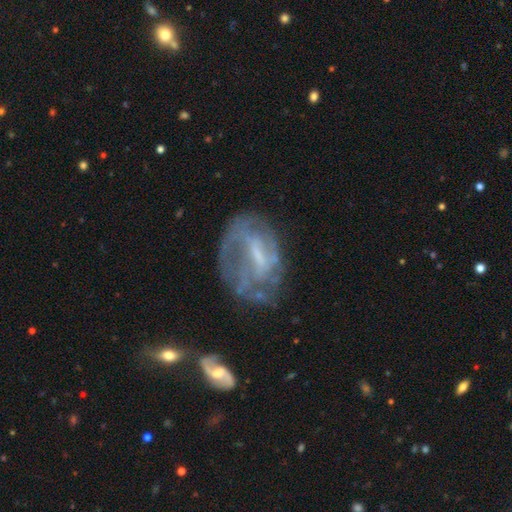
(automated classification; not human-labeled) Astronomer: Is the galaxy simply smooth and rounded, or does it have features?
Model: featured or disk — 67%.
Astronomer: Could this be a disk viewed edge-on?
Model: no — 95%.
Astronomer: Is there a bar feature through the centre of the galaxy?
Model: weak — 45% (runner-up: strong, 30%).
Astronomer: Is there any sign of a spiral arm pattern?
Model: yes — 60% (runner-up: no, 40%).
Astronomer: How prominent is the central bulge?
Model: small — 40% (runner-up: none, 32%).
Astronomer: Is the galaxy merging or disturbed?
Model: none — 47% (runner-up: major disturbance, 25%).